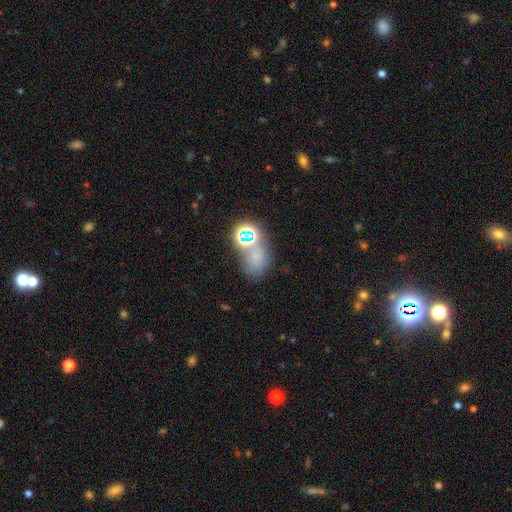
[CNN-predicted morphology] smooth 49%, star or artifact 39%, featured or disk 13%. Down the decision tree: merging — none (48%).